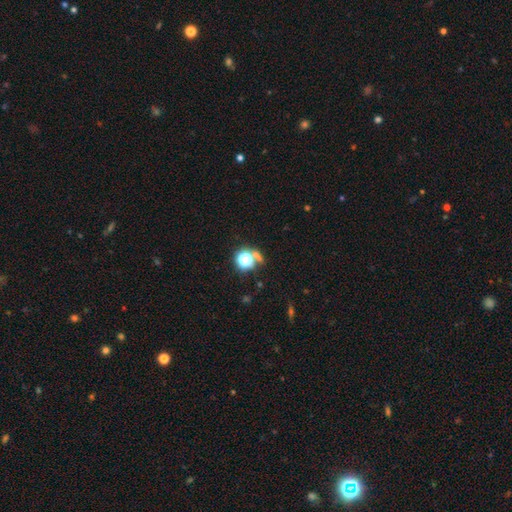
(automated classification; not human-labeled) smooth_or_featured: star or artifact (p=0.49) [alt: smooth p=0.41]